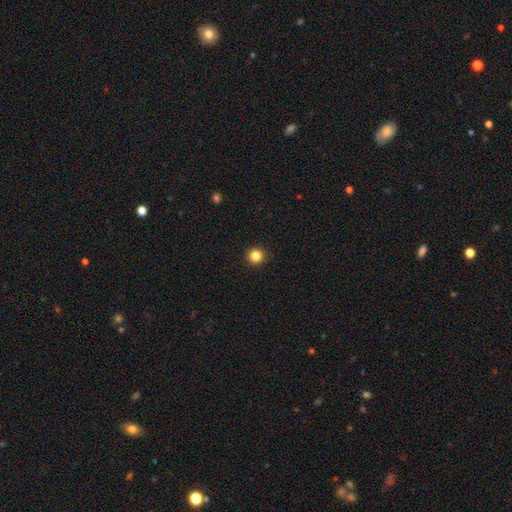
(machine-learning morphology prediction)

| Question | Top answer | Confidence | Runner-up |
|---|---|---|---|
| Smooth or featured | smooth | 84% | star or artifact (12%) |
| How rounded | round | 96% | in between (3%) |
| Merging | none | 94% | minor disturbance (4%) |